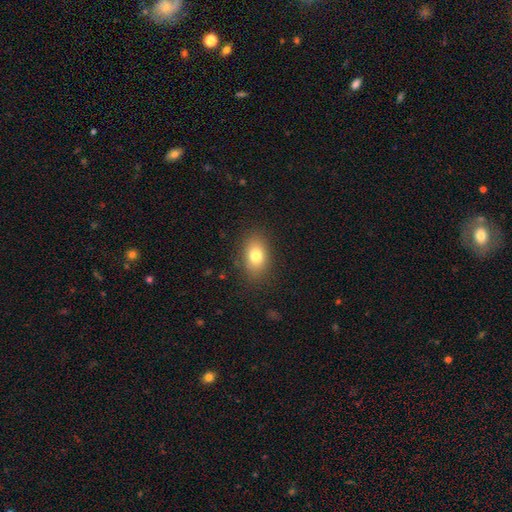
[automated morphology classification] The model was most divided on "how rounded": in between: 82%, round: 16%, cigar-shaped: 2%. More confident: merging — none (85%); smooth or featured — smooth (79%).